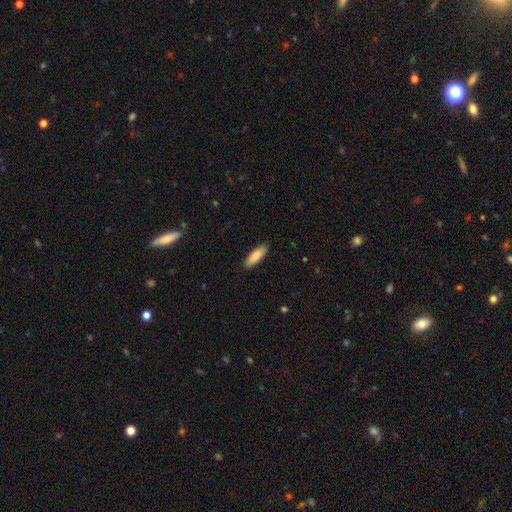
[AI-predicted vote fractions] Smooth or featured: smooth — 84% (featured or disk — 10%)
How rounded: cigar-shaped — 54% (in between — 44%)
Merging: none — 89% (minor disturbance — 8%)